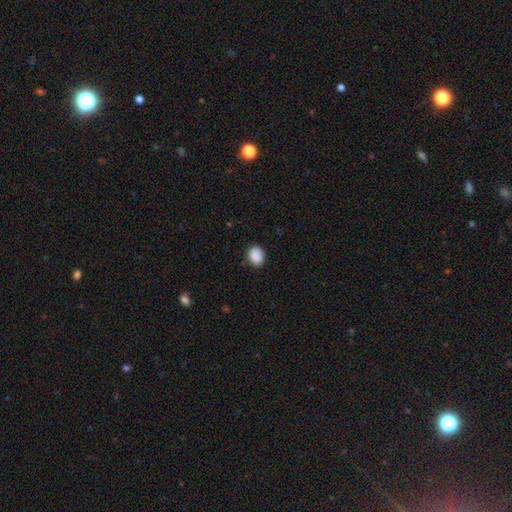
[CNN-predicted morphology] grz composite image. It shows a smooth galaxy with no disk features (89%) that is round (50%). Merging: none (84%).